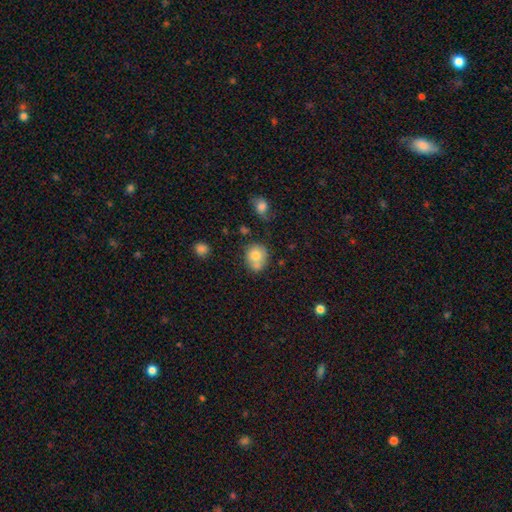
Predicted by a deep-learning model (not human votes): smooth-or-featured: smooth: 75% | featured or disk: 15% | star or artifact: 10%
  how-rounded: round: 75% | in between: 24% | cigar-shaped: 1%
  merging: none: 48% | merger: 30% | minor disturbance: 17% | major disturbance: 5%